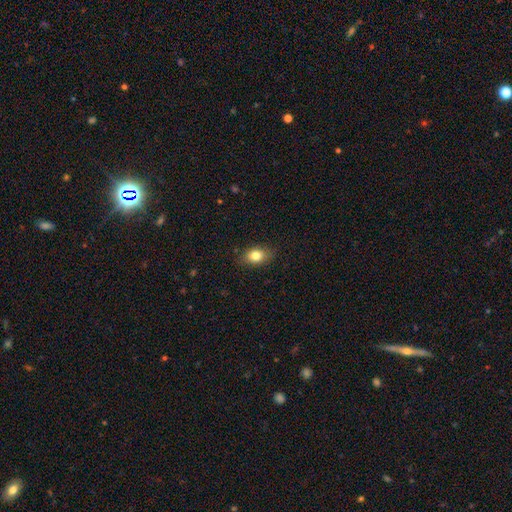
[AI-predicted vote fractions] Overall: smooth (81%). How rounded: in between (78%). Merging: none (83%).